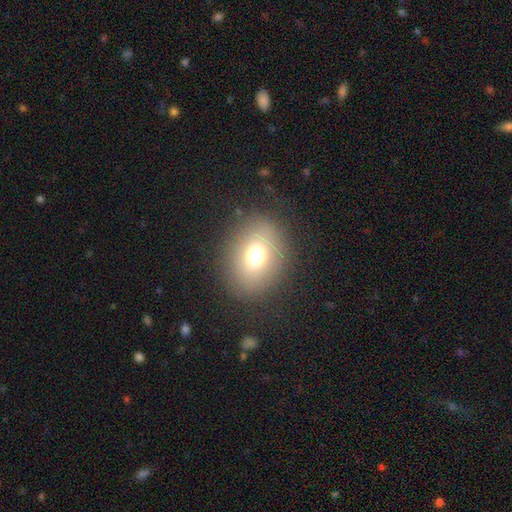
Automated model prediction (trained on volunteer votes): A smooth galaxy with no disk features (69%) that is round (53%).

Vote fractions:
- Smooth or featured? smooth: 69% / star or artifact: 17% / featured or disk: 14%
- How rounded? round: 53% / in between: 46% / cigar-shaped: 1%
- Merging? none: 82% / minor disturbance: 10% / major disturbance: 7% / merger: 1%